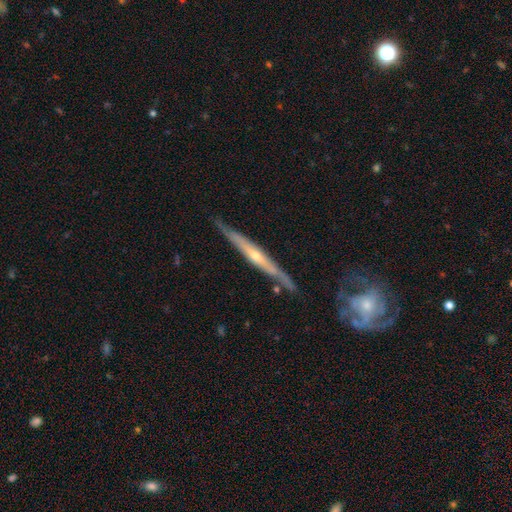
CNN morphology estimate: type=featured or disk (77%); edge-on=yes (92%); edge-on bulge=rounded (67%); merging=none (79%).